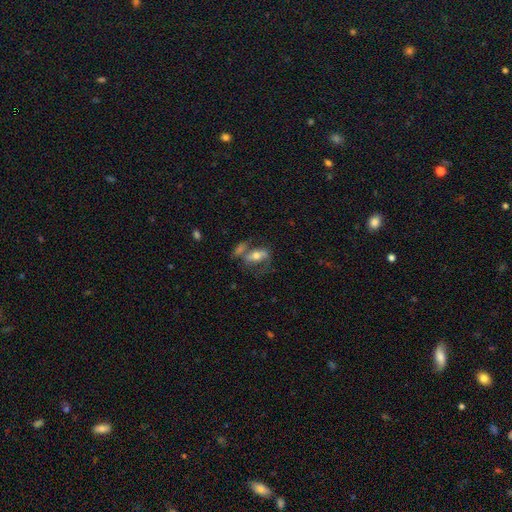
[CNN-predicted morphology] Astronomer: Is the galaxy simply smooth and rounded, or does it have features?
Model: featured or disk — 57% (runner-up: smooth, 34%).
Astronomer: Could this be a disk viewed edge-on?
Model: no — 79%.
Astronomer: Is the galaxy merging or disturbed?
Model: none — 42% (runner-up: merger, 29%).